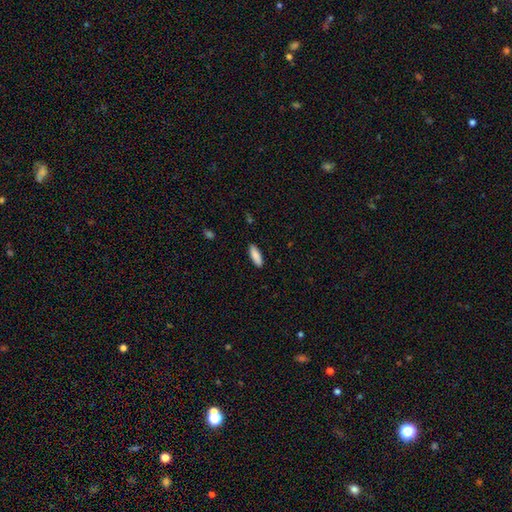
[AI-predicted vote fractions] Smooth or featured?
  - smooth: 88% *
  - star or artifact: 6%
  - featured or disk: 6%
How rounded?
  - in between: 61% *
  - cigar-shaped: 37%
  - round: 2%
Merging?
  - none: 89% *
  - minor disturbance: 8%
  - major disturbance: 2%
  - merger: 1%